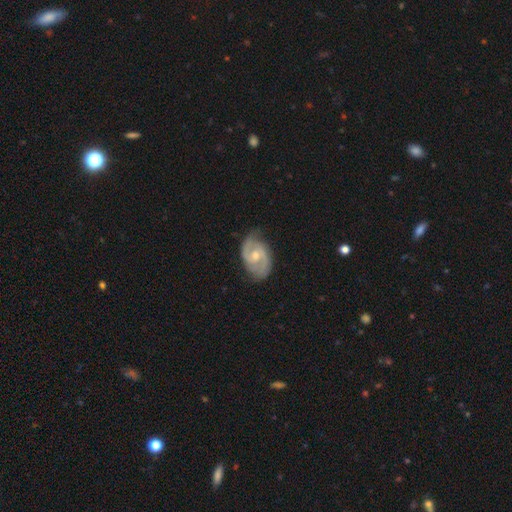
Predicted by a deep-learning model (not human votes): A featured or disk galaxy (86%) with a weak bar (49%), 2 (90%) medium (53%) spiral arms (96%) and a moderate central bulge (61%). Merging: none (76%).